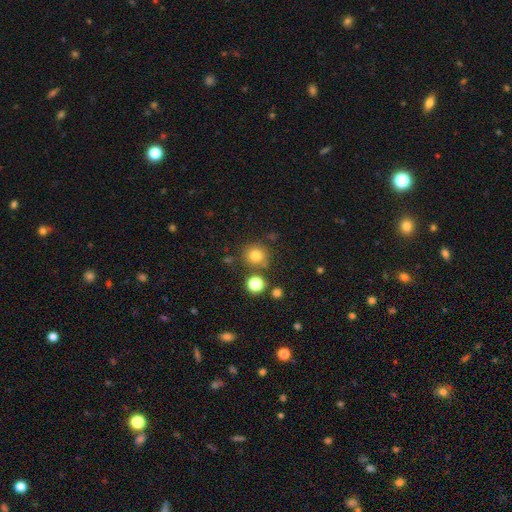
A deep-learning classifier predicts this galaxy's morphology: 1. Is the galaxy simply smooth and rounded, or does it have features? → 79% smooth, 14% star or artifact, 7% featured or disk.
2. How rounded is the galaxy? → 90% round, 9% in between, 1% cigar-shaped.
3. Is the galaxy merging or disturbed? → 78% none, 9% minor disturbance, 9% merger, 3% major disturbance.